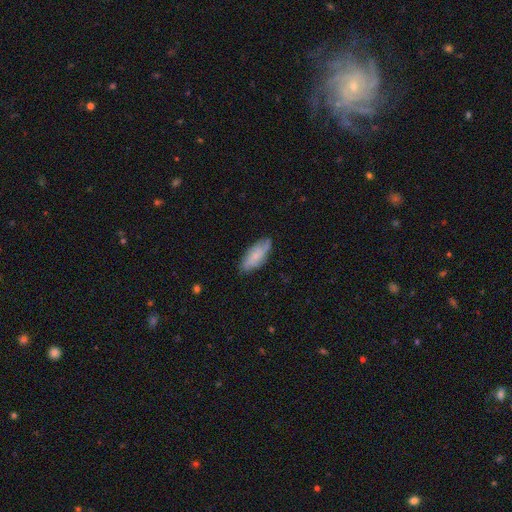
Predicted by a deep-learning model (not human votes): Morphology: type=smooth (63%); roundness=in between (79%); merging=none (73%).